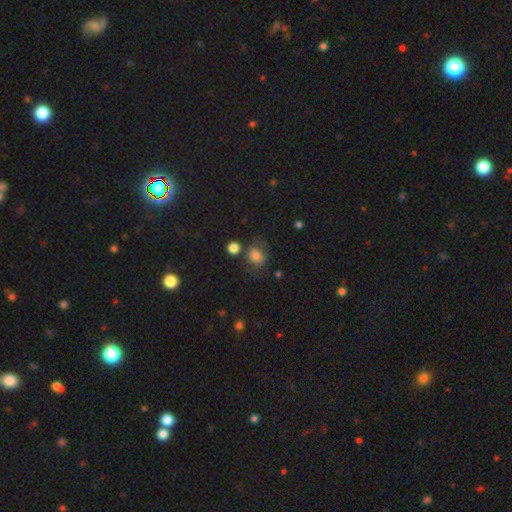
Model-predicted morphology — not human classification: The model was most divided on "how rounded": round: 60%, in between: 39%, cigar-shaped: 1%. More confident: smooth or featured — smooth (77%); merging — none (57%).